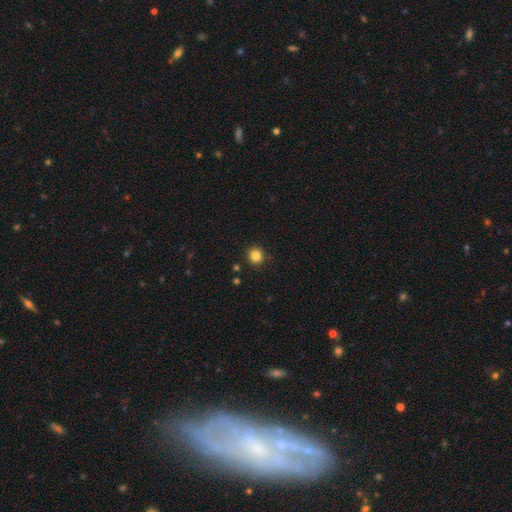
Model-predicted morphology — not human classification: Smooth or featured? smooth (84%)
How rounded? round (90%)
Merging? none (90%)